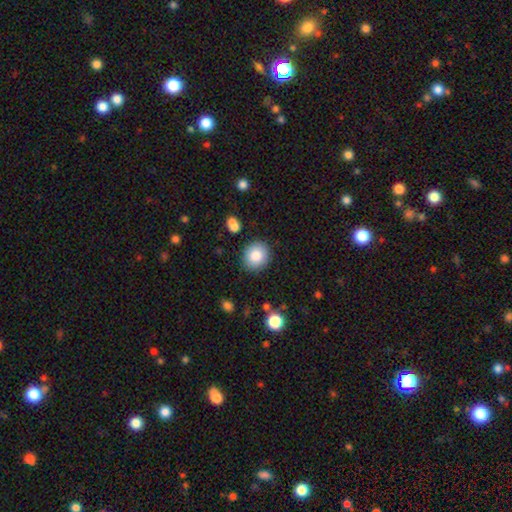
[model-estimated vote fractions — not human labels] smooth-or-featured: smooth: 83% | star or artifact: 9% | featured or disk: 9%
  how-rounded: round: 79% | in between: 20% | cigar-shaped: 1%
  merging: none: 87% | minor disturbance: 8% | major disturbance: 2% | merger: 2%